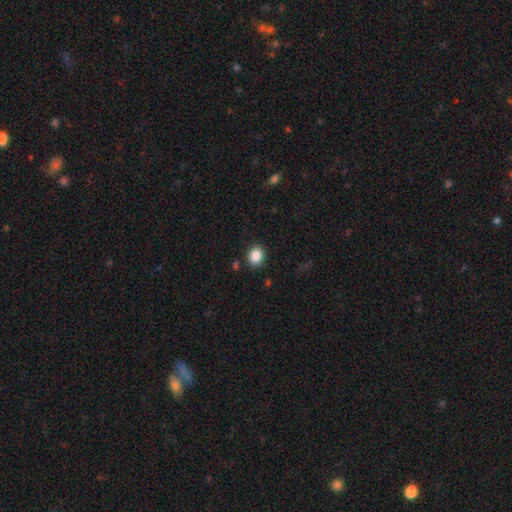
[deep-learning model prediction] A smooth galaxy with no disk features (87%) that is round (62%).

Vote fractions:
- Smooth or featured? smooth: 87% / star or artifact: 9% / featured or disk: 4%
- How rounded? round: 62% / in between: 38% / cigar-shaped: 1%
- Merging? none: 87% / minor disturbance: 8% / major disturbance: 3% / merger: 2%